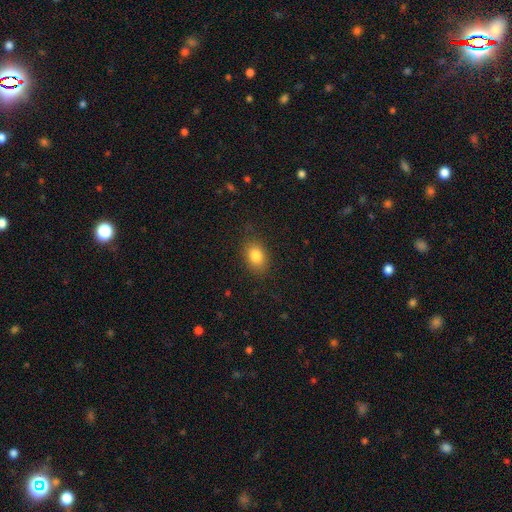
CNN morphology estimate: Smooth or featured?
  - smooth: 84% *
  - star or artifact: 9%
  - featured or disk: 7%
How rounded?
  - in between: 75% *
  - round: 23%
  - cigar-shaped: 2%
Merging?
  - none: 80% *
  - minor disturbance: 14%
  - major disturbance: 4%
  - merger: 1%